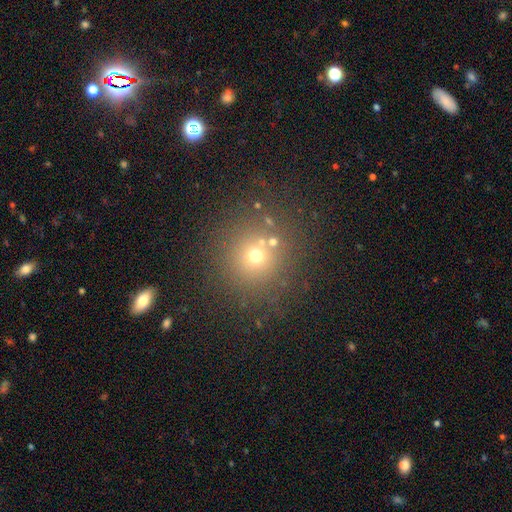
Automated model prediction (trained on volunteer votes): This appears to be a smooth galaxy with no disk features (63%) that is round (92%). Merging: none (76%).